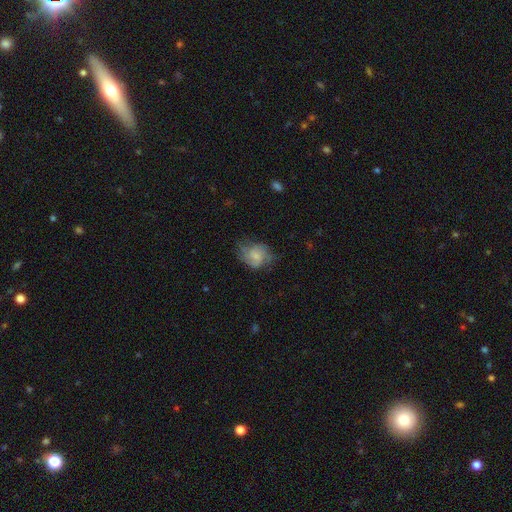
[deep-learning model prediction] Overall: smooth (53%; featured or disk 39%). How rounded: round (51%; in between 48%). Merging: none (48%; minor disturbance 31%).